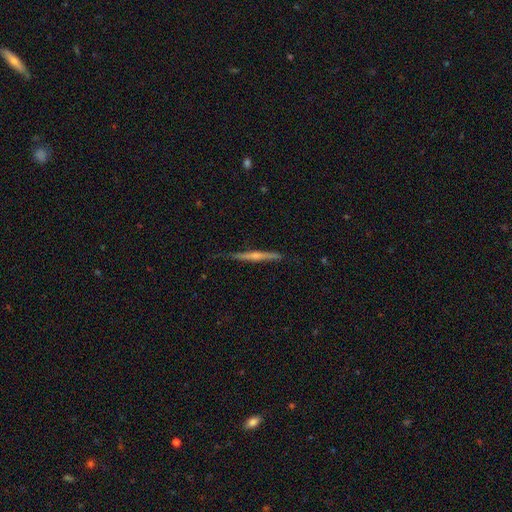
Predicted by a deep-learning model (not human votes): The model was most divided on "smooth or featured": featured or disk: 65%, smooth: 29%, star or artifact: 6%. More confident: edge-on disk — yes (97%); merging — none (78%); edge-on bulge — rounded (69%).